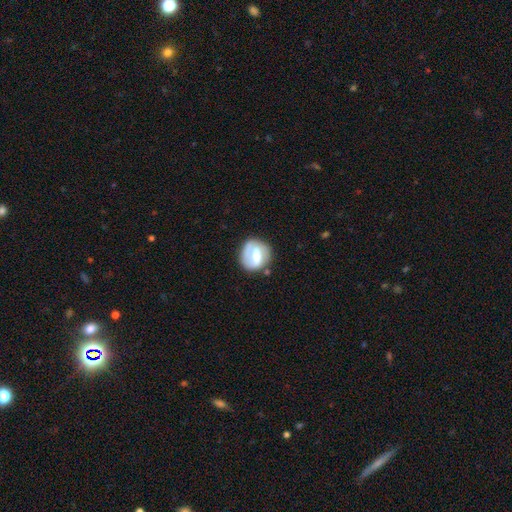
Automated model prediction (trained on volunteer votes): Morphology: type=featured or disk (53%); edge-on=no (96%); bar=strong (50%); spiral arms=yes (56%); bulge=moderate (47%); merging=none (66%).